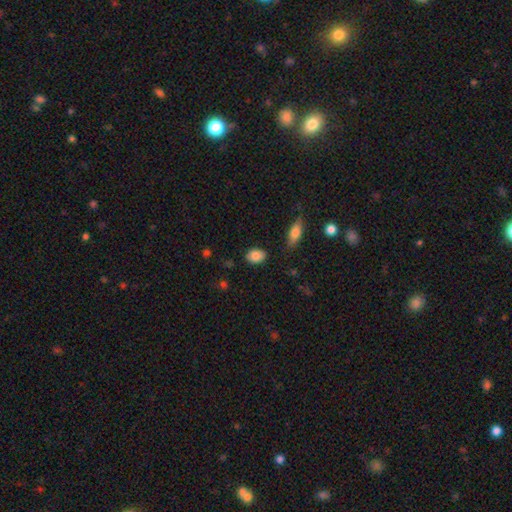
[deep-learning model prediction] Overall: smooth (85%). How rounded: in between (75%). Merging: none (84%).